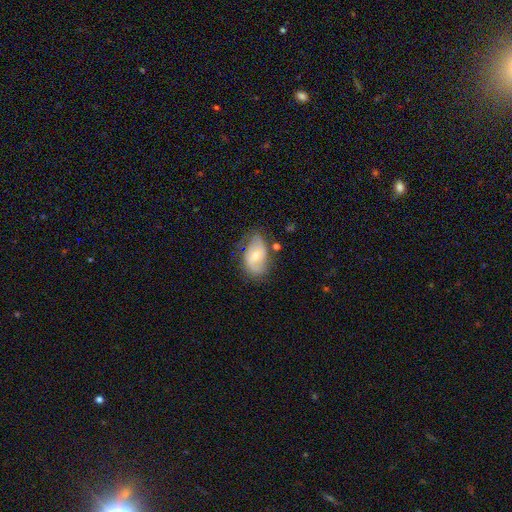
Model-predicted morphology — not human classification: smooth-or-featured: featured or disk: 54% | smooth: 39% | star or artifact: 7%
  disk-edge-on: no: 94% | yes: 6%
    bar: no: 54% | weak: 38% | strong: 9%
    has-spiral-arms: yes: 77% | no: 23%
    bulge-size: moderate: 54% | small: 41% | large: 3% | none: 2% | dominant: 1%
  merging: none: 64% | minor disturbance: 24% | major disturbance: 8% | merger: 4%